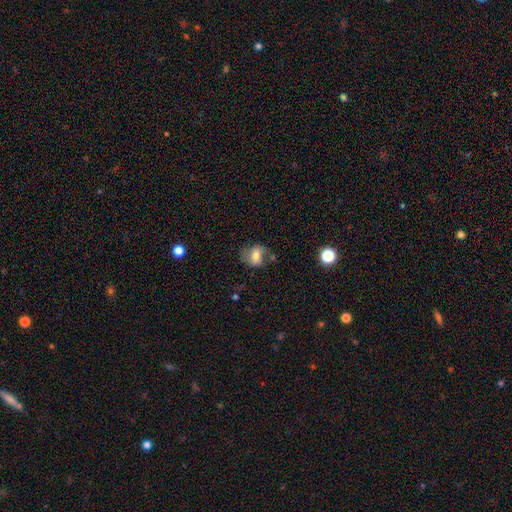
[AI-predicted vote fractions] This is likely a smooth galaxy (63%). How rounded: possibly in between (52%). Merging: possibly none (53%).